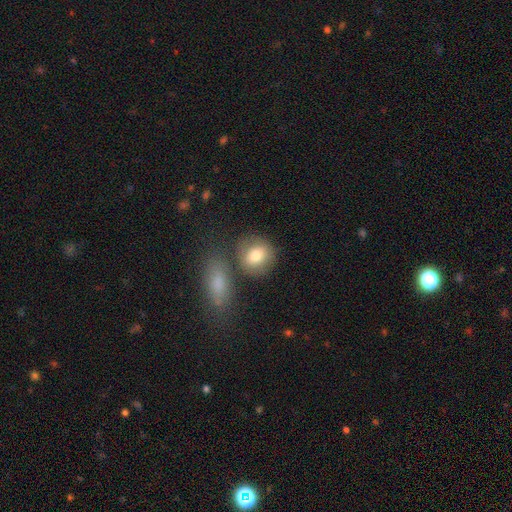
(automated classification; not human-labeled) Overall: smooth (79%). How rounded: round (75%). Merging: none (63%).